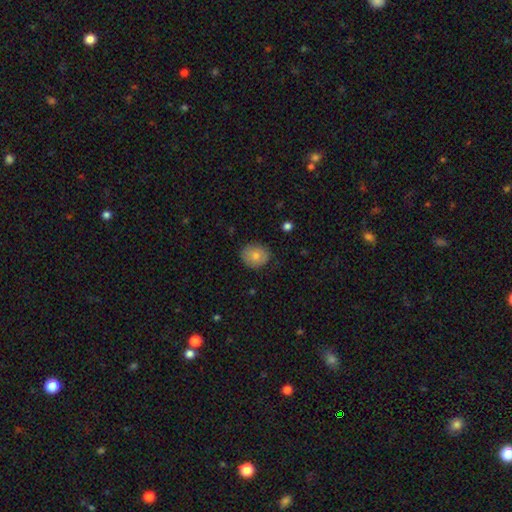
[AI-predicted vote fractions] Smooth or featured: smooth — 76% (featured or disk — 16%)
How rounded: round — 71% (in between — 28%)
Merging: none — 80% (minor disturbance — 16%)